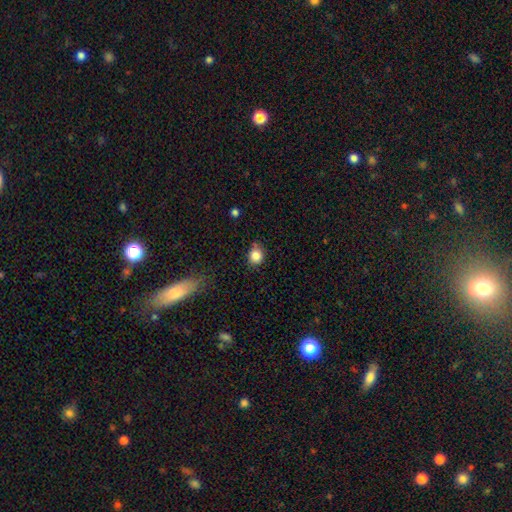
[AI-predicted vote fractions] Smooth or featured: smooth — 84% (star or artifact — 11%)
How rounded: round — 79% (in between — 20%)
Merging: none — 75% (minor disturbance — 18%)